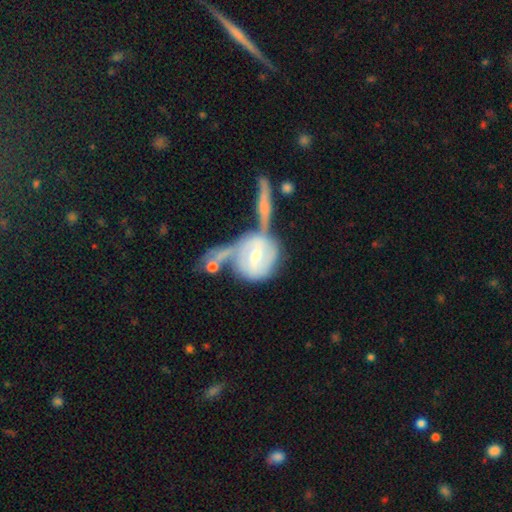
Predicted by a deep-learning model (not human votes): Smooth or featured?
  - featured or disk: 69% *
  - smooth: 25%
  - star or artifact: 6%
Edge-on disk?
  - no: 91% *
  - yes: 9%
Bar?
  - weak: 49% *
  - strong: 32%
  - no: 19%
Spiral arms?
  - yes: 71% *
  - no: 29%
Bulge size?
  - moderate: 52% *
  - small: 36%
  - none: 6%
  - large: 5%
  - dominant: 1%
Merging?
  - merger: 45% *
  - none: 24%
  - major disturbance: 18%
  - minor disturbance: 14%